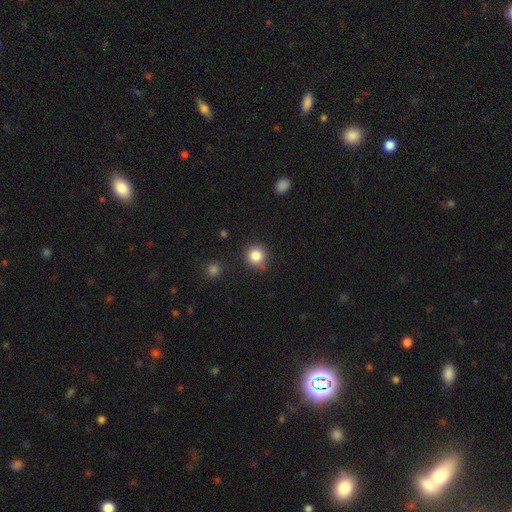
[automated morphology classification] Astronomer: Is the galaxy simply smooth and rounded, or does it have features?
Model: smooth — 84%.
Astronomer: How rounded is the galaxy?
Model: round — 92%.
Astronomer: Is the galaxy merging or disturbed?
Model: none — 81%.